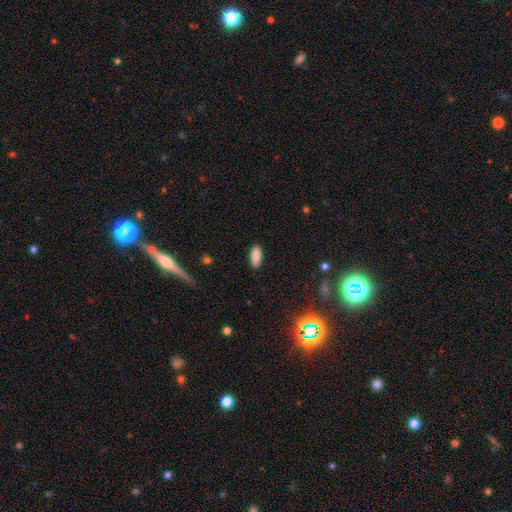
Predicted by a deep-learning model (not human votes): Smooth or featured? Predicted: smooth (p=0.87). How rounded? Predicted: in between (p=0.86). Merging? Predicted: none (p=0.87).